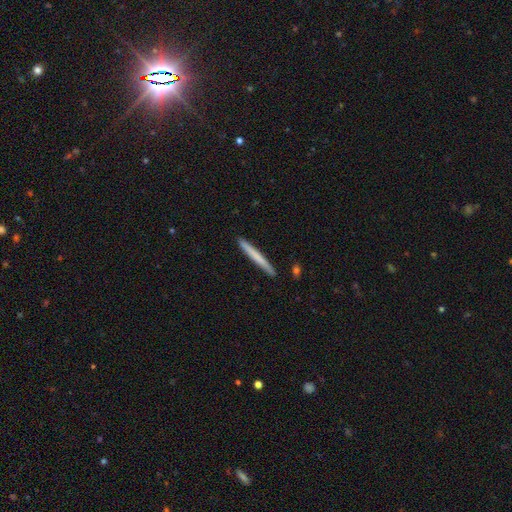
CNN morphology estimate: smooth-or-featured: smooth: 66% | featured or disk: 29% | star or artifact: 5%
  how-rounded: cigar-shaped: 97% | in between: 2% | round: 1%
  merging: none: 91% | minor disturbance: 6% | merger: 1% | major disturbance: 1%